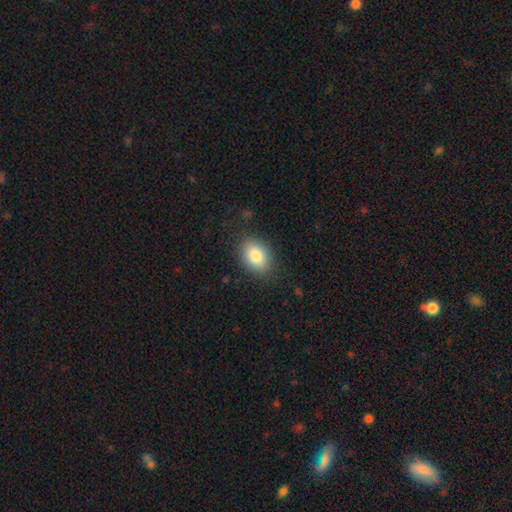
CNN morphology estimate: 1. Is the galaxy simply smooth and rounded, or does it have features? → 83% smooth, 9% featured or disk, 8% star or artifact.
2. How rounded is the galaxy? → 80% in between, 19% round, 1% cigar-shaped.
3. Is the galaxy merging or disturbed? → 84% none, 11% minor disturbance, 4% major disturbance, 1% merger.